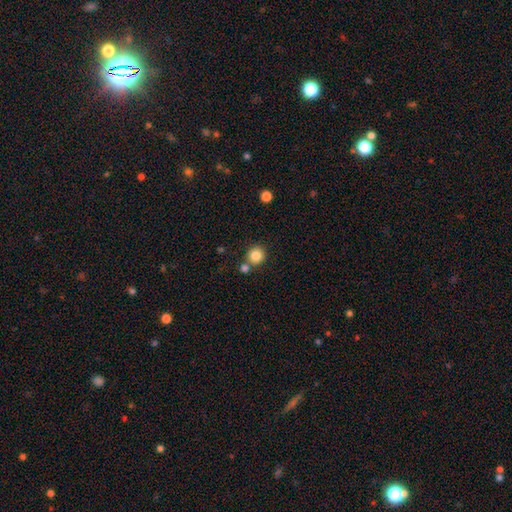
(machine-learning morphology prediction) smooth_or_featured: smooth (p=0.84) [alt: star or artifact p=0.10]
how_rounded: round (p=0.91) [alt: in between p=0.08]
merging: none (p=0.73) [alt: merger p=0.17]